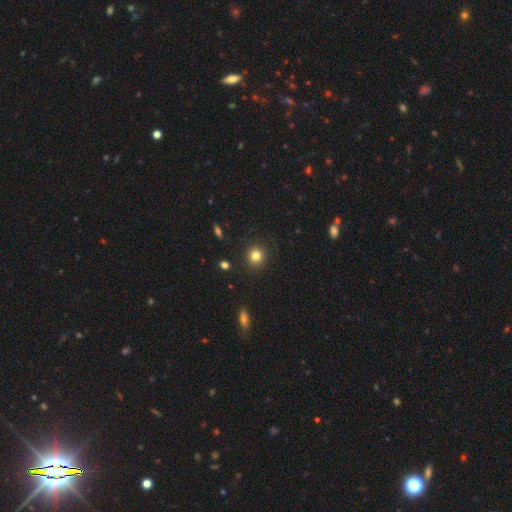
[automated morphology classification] Smooth or featured?
  - smooth: 82% *
  - star or artifact: 12%
  - featured or disk: 6%
How rounded?
  - round: 90% *
  - in between: 9%
  - cigar-shaped: 1%
Merging?
  - none: 91% *
  - minor disturbance: 6%
  - major disturbance: 2%
  - merger: 1%